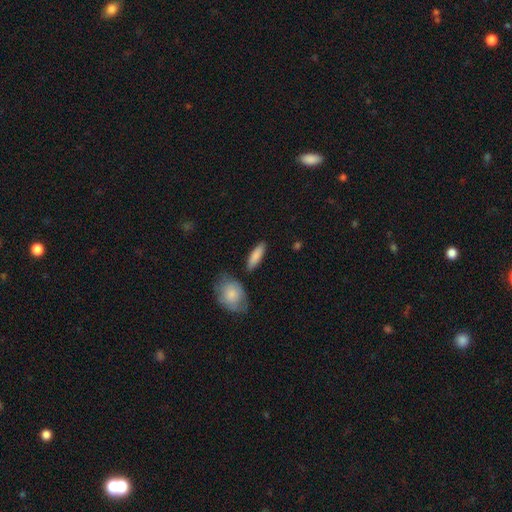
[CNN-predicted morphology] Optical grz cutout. It shows a smooth galaxy with no disk features (86%) that is in between round and cigar-shaped (54%). Merging: none (82%).